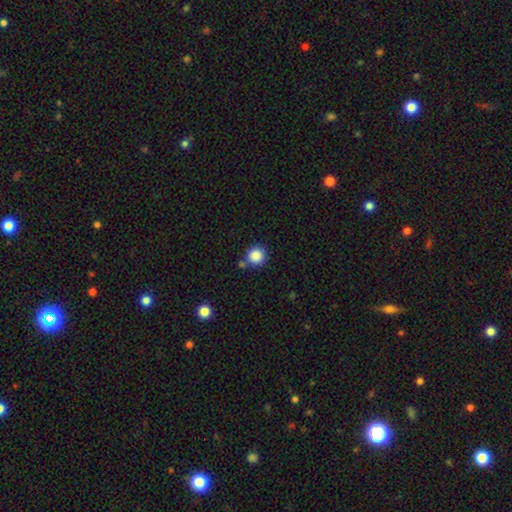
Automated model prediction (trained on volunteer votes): Overall: smooth (87%). How rounded: round (94%). Merging: none (76%).